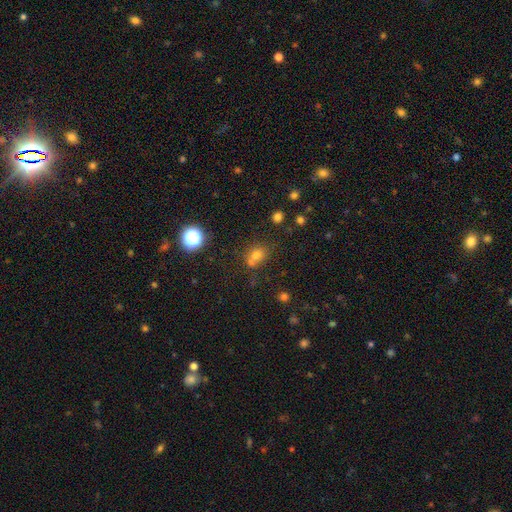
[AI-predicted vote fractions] smooth_or_featured: smooth (p=0.63) [alt: star or artifact p=0.26]
how_rounded: round (p=0.63) [alt: in between p=0.36]
merging: none (p=0.51) [alt: merger p=0.34]